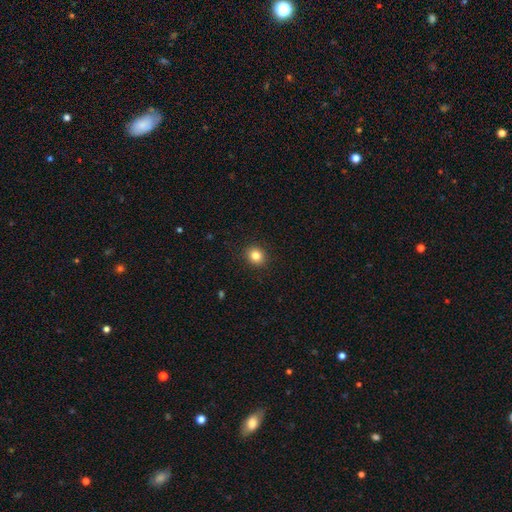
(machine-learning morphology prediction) Smooth or featured? smooth (83%)
How rounded? round (76%)
Merging? none (91%)